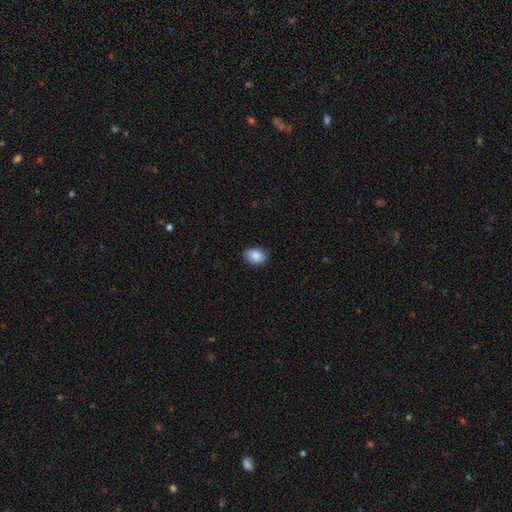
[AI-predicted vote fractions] Q: Smooth or featured?
A: smooth (87%); runner-up: star or artifact (7%)
Q: How rounded?
A: in between (75%); runner-up: round (24%)
Q: Merging?
A: none (75%); runner-up: minor disturbance (21%)